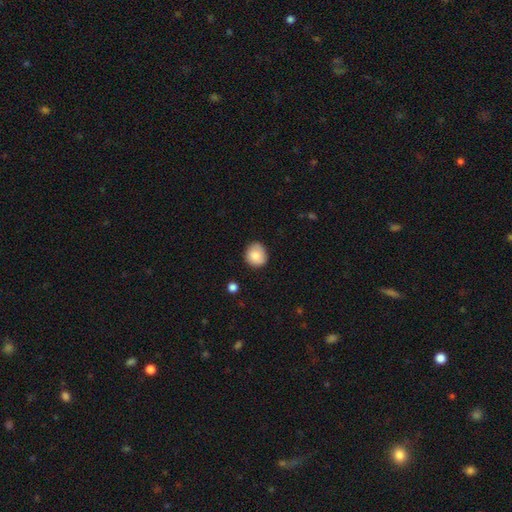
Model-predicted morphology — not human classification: smooth-or-featured: smooth: 82% | featured or disk: 10% | star or artifact: 8%
  how-rounded: round: 81% | in between: 18% | cigar-shaped: 1%
  merging: none: 82% | minor disturbance: 14% | major disturbance: 2% | merger: 1%